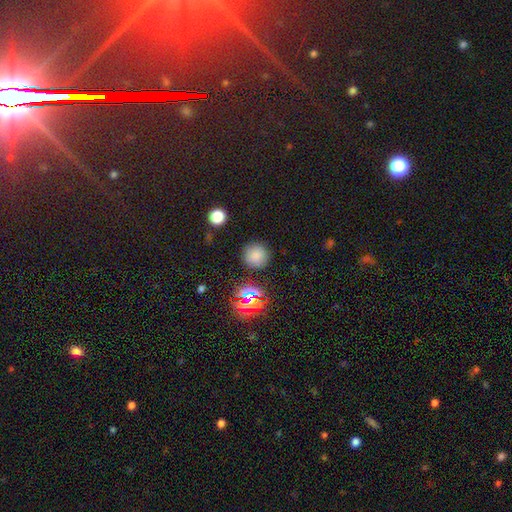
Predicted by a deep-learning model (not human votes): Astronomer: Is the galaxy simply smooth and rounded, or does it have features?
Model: smooth — 77%.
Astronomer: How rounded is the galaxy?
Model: round — 94%.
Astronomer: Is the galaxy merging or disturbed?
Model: none — 88%.